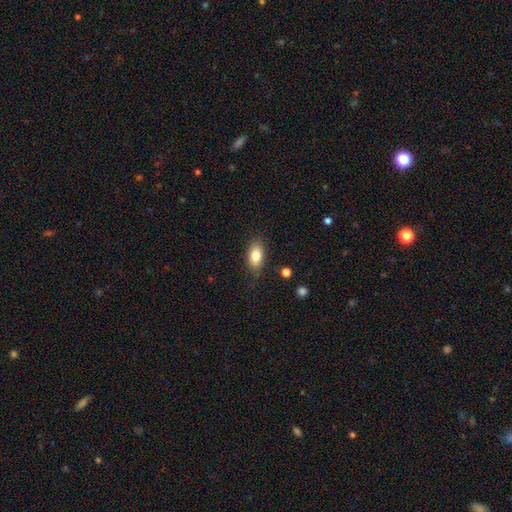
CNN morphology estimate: Smooth or featured? smooth (80%)
How rounded? in between (87%)
Merging? none (82%)